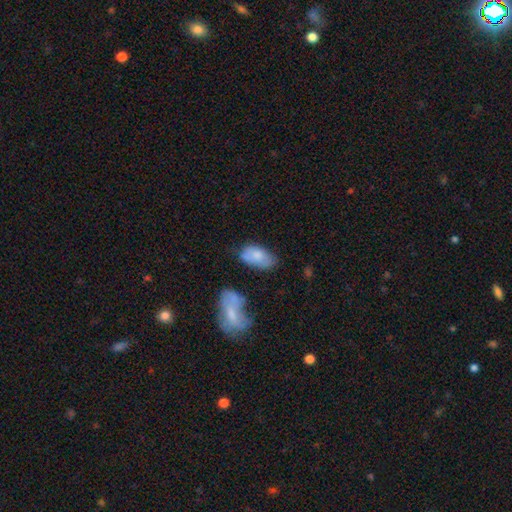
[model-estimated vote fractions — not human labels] Smooth or featured?
  - smooth: 76% *
  - featured or disk: 17%
  - star or artifact: 7%
How rounded?
  - in between: 94% *
  - round: 4%
  - cigar-shaped: 2%
Merging?
  - none: 51% *
  - minor disturbance: 30%
  - major disturbance: 10%
  - merger: 9%